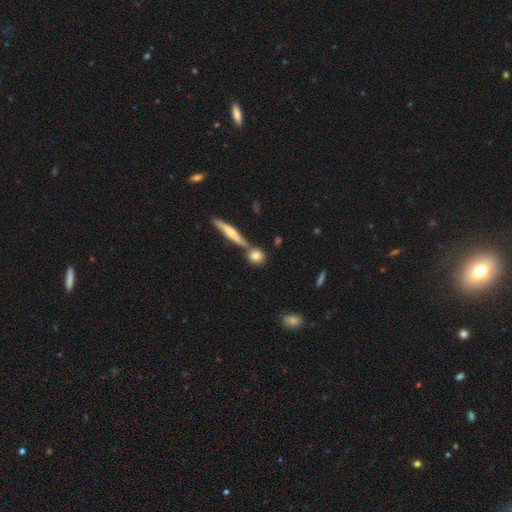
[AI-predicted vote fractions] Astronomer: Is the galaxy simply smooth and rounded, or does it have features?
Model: smooth — 77%.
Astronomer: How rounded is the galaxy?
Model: round — 74%.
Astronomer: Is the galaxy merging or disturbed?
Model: none — 65%.